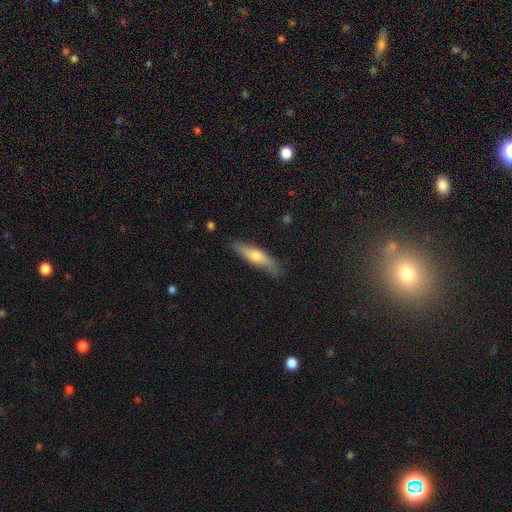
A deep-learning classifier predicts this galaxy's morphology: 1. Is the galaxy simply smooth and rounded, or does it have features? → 55% smooth, 39% featured or disk, 6% star or artifact.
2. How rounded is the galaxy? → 75% cigar-shaped, 24% in between, 2% round.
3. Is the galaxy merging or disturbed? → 80% none, 16% minor disturbance, 3% major disturbance, 1% merger.